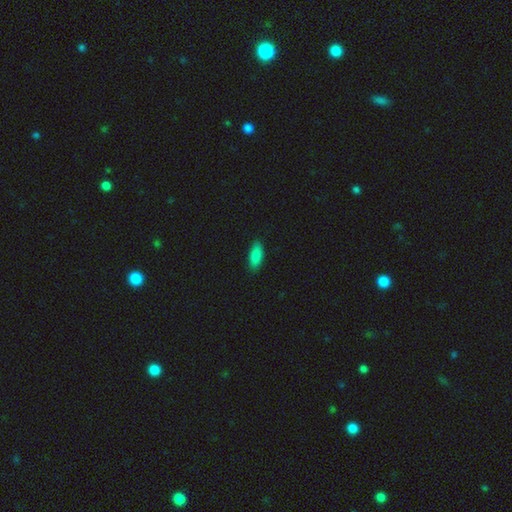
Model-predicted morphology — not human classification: Smooth or featured? Predicted: smooth (p=0.87). How rounded? Predicted: in between (p=0.81). Merging? Predicted: none (p=0.85).